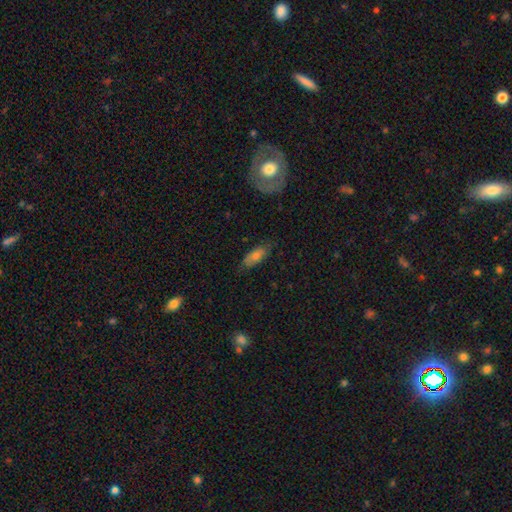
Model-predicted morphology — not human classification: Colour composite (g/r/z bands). It shows a smooth galaxy with no disk features (64%) that is in between round and cigar-shaped (72%). Merging: none (76%).